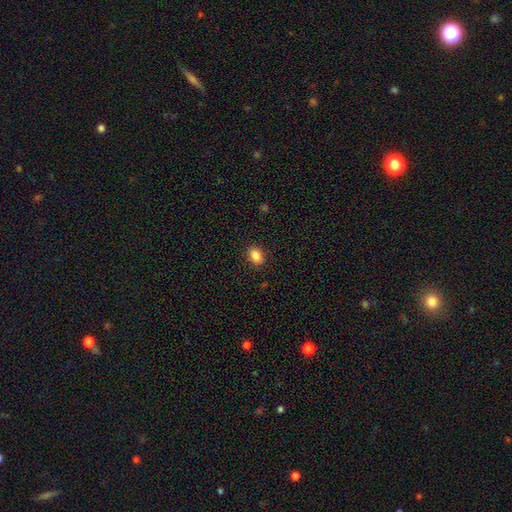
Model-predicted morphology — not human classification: This is clearly a smooth galaxy (86%). How rounded: likely in between (78%). Merging: clearly none (88%).